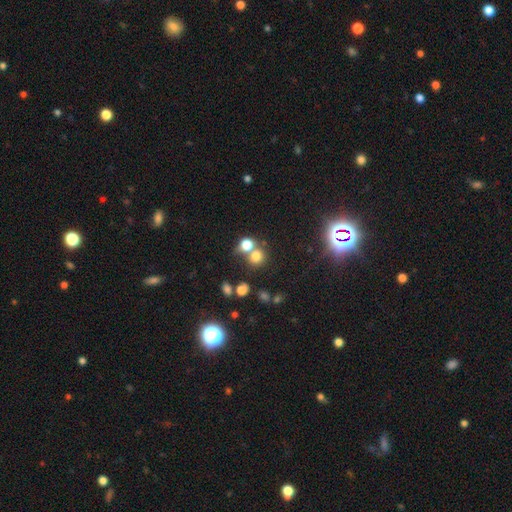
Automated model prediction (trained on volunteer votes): Q: Smooth or featured?
A: smooth (72%); runner-up: star or artifact (18%)
Q: How rounded?
A: round (83%); runner-up: in between (16%)
Q: Merging?
A: none (49%); runner-up: merger (38%)